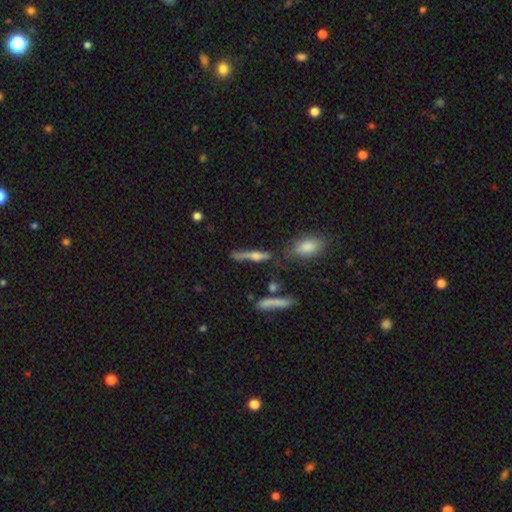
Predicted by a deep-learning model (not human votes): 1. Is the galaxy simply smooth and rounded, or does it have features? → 50% featured or disk, 39% smooth, 10% star or artifact.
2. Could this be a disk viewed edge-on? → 87% yes, 13% no.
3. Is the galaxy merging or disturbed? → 57% none, 21% minor disturbance, 12% merger, 10% major disturbance.